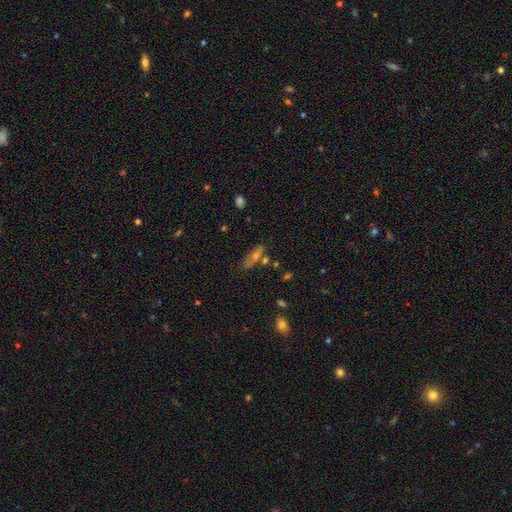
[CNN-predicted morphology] smooth_or_featured: smooth (p=0.42) [alt: featured or disk p=0.38]
merging: none (p=0.63) [alt: minor disturbance p=0.17]